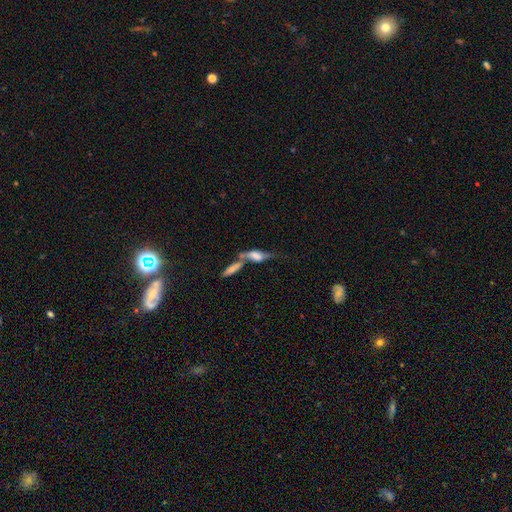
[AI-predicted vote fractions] smooth 49%, featured or disk 41%, star or artifact 9%. Down the decision tree: merging — merger (56%).